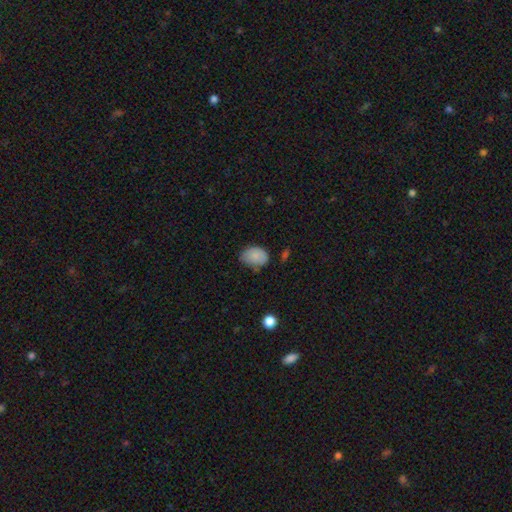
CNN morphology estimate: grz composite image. It shows a smooth galaxy with no disk features (84%) that is in between round and cigar-shaped (78%). Merging: none (58%).